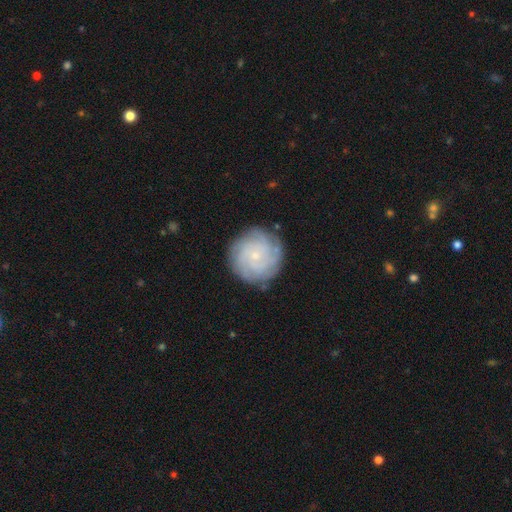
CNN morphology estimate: Smooth or featured? featured or disk (69%)
Edge-on disk? no (98%)
Bar? no (82%)
Spiral arms? yes (93%)
Spiral winding? tight (75%)
Spiral arm count? can't tell (34%)
Bulge size? small (84%)
Merging? none (84%)